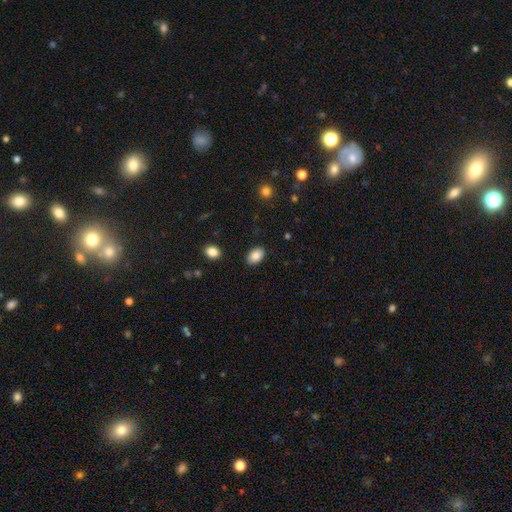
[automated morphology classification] Smooth or featured? Predicted: smooth (p=0.86). How rounded? Predicted: in between (p=0.86). Merging? Predicted: none (p=0.87).